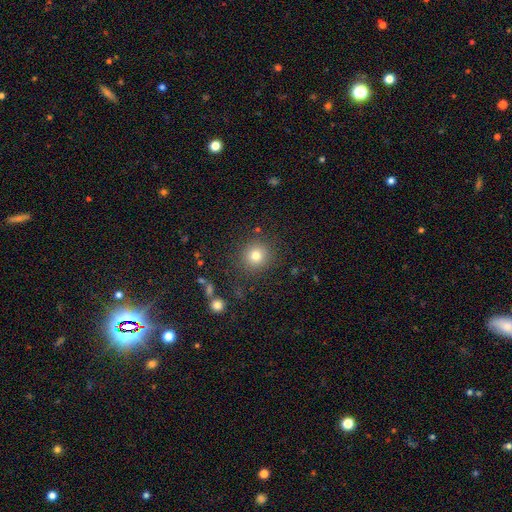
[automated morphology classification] type=smooth (78%); roundness=round (92%); merging=none (87%).